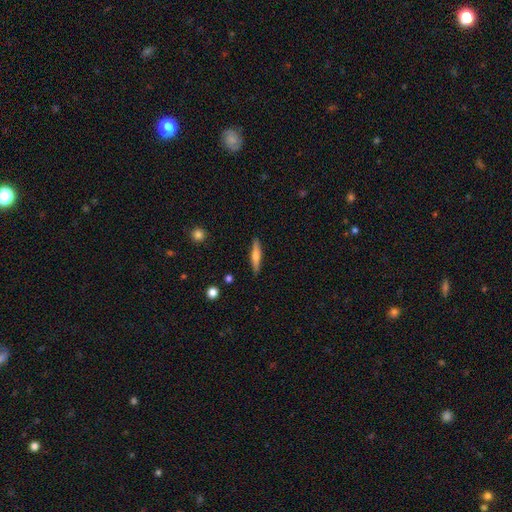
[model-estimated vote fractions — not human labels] This is possibly a smooth galaxy (48%). Merging: clearly none (89%).